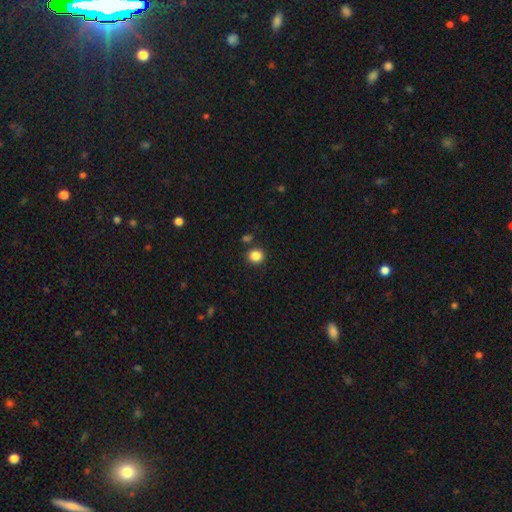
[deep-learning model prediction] Overall: smooth (85%). How rounded: round (82%). Merging: none (85%).